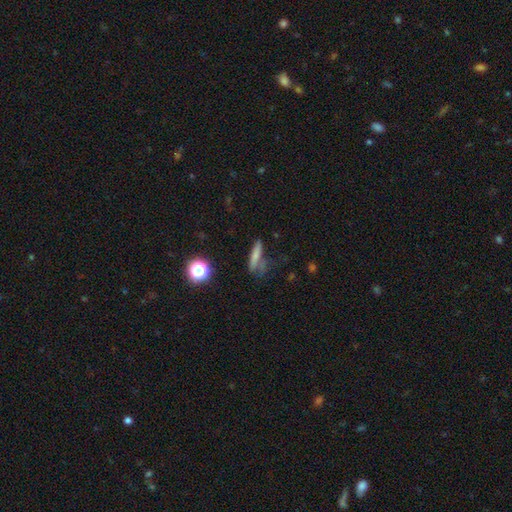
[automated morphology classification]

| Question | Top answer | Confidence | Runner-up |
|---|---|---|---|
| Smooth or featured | smooth | 68% | featured or disk (18%) |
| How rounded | cigar-shaped | 77% | in between (16%) |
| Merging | none | 57% | minor disturbance (23%) |